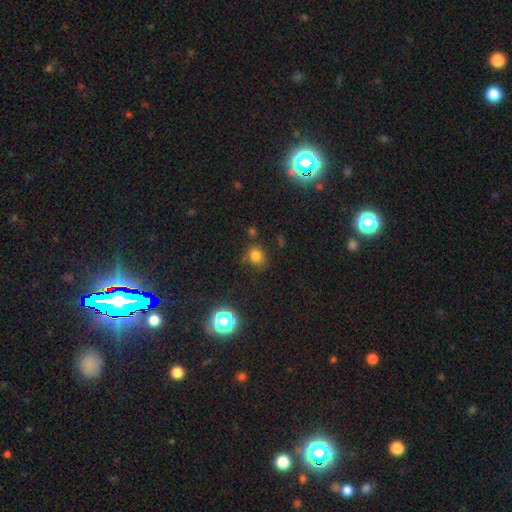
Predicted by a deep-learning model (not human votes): Q: Smooth or featured?
A: smooth (77%); runner-up: star or artifact (17%)
Q: How rounded?
A: round (71%); runner-up: in between (28%)
Q: Merging?
A: none (75%); runner-up: minor disturbance (16%)